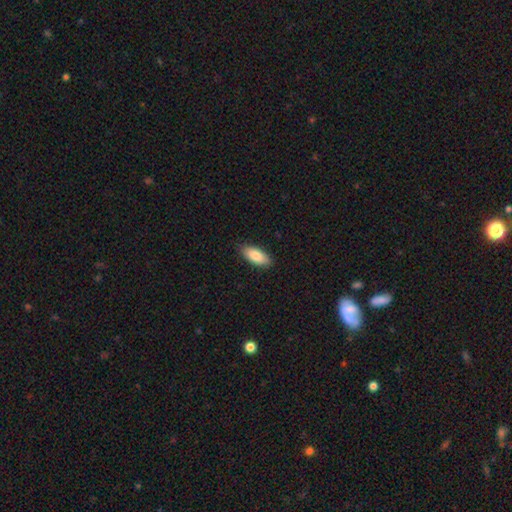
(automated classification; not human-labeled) smooth_or_featured: smooth (p=0.85) [alt: featured or disk p=0.09]
how_rounded: in between (p=0.85) [alt: cigar-shaped p=0.13]
merging: none (p=0.87) [alt: minor disturbance p=0.10]